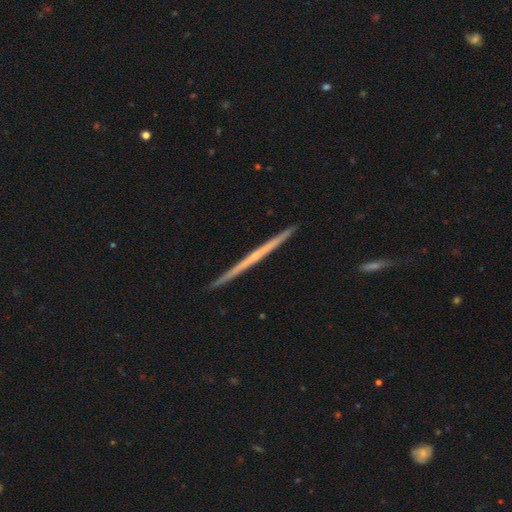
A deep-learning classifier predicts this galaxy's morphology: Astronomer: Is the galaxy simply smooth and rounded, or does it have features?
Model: featured or disk — 70%.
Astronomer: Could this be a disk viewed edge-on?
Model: yes — 98%.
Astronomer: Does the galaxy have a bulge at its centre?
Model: none — 75%.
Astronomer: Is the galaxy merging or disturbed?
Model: none — 93%.